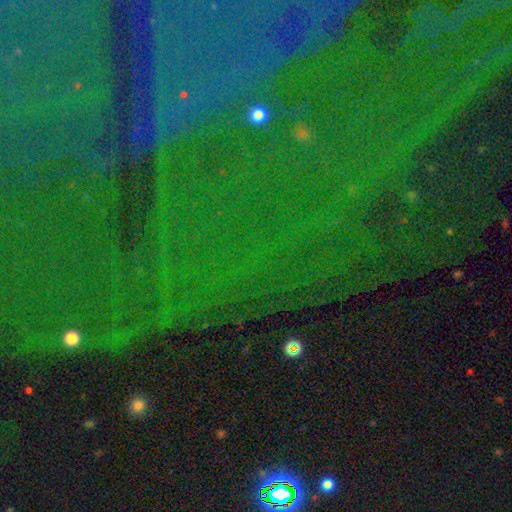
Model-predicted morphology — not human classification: The model was most divided on "smooth or featured": star or artifact: 82%, featured or disk: 9%, smooth: 9%.